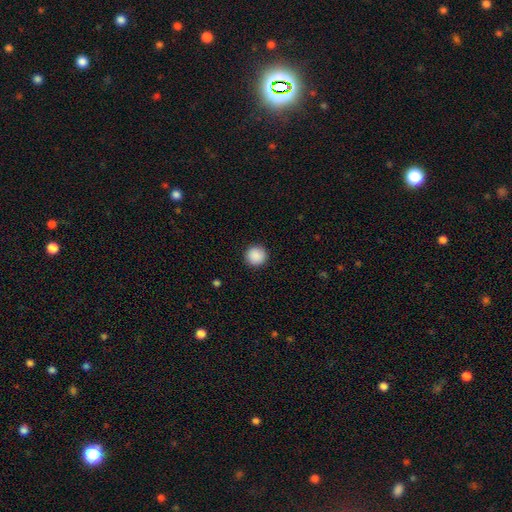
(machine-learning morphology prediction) This is clearly a smooth galaxy (89%). How rounded: clearly round (96%). Merging: clearly none (92%).